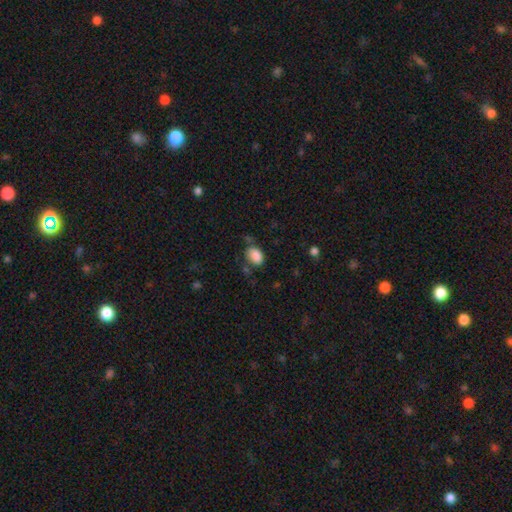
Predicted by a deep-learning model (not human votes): A smooth galaxy with no disk features (86%) that is in between round and cigar-shaped (76%).

Vote fractions:
- Smooth or featured? smooth: 86% / star or artifact: 9% / featured or disk: 5%
- How rounded? in between: 76% / round: 23% / cigar-shaped: 1%
- Merging? none: 63% / minor disturbance: 23% / major disturbance: 7% / merger: 7%